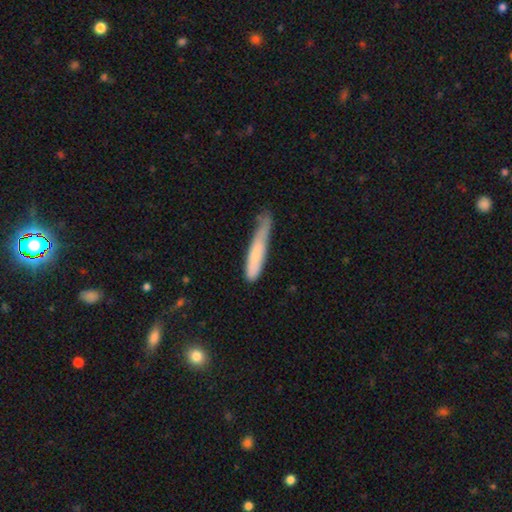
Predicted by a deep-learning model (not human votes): smooth_or_featured: smooth (p=0.70) [alt: featured or disk p=0.24]
how_rounded: cigar-shaped (p=0.90) [alt: in between p=0.09]
merging: none (p=0.42) [alt: minor disturbance p=0.40]